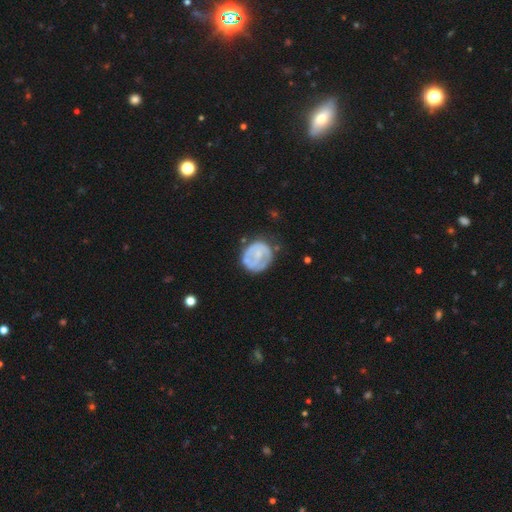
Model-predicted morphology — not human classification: featured or disk 57%, smooth 37%, star or artifact 6%. Down the decision tree: edge-on disk — no (98%); bar — no (60%); spiral arms — yes (55%); bulge size — small (48%); merging — none (61%).